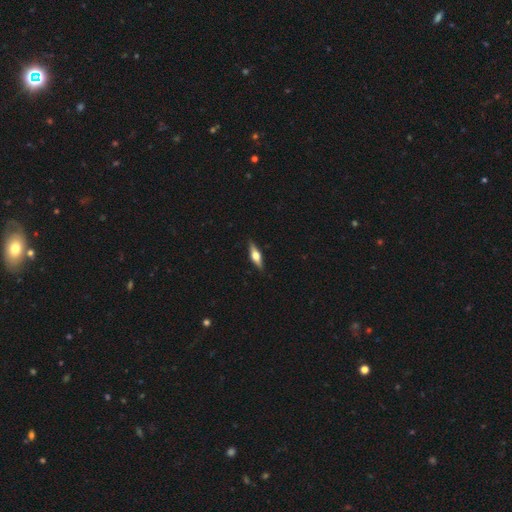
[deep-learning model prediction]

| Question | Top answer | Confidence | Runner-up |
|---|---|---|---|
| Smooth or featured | featured or disk | 57% | smooth (37%) |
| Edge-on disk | yes | 94% | no (6%) |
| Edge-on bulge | rounded | 93% | boxy (5%) |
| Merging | none | 88% | minor disturbance (9%) |